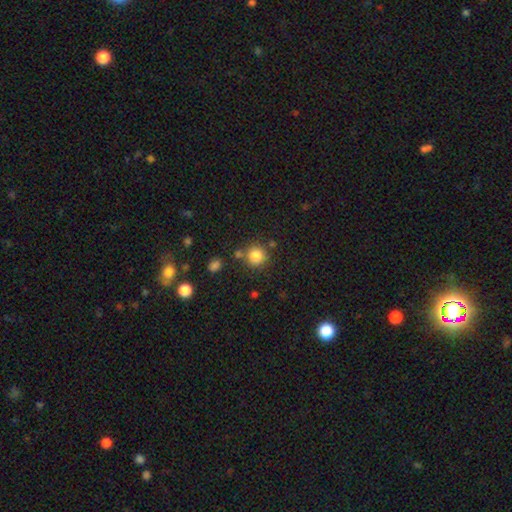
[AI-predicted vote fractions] Q: Smooth or featured?
A: smooth (83%); runner-up: star or artifact (11%)
Q: How rounded?
A: round (91%); runner-up: in between (8%)
Q: Merging?
A: none (75%); runner-up: merger (11%)